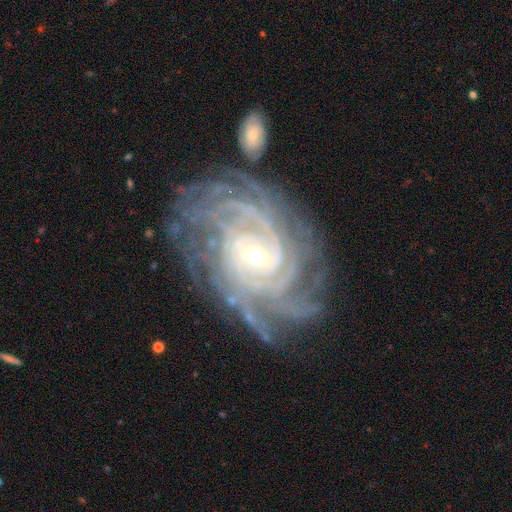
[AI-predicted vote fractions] Morphology: type=featured or disk (93%); edge-on=no (97%); bar=weak (42%); spiral arms=yes (99%); winding=tight (80%); arm count=more than 4 (31%); bulge=small (66%); merging=none (73%).